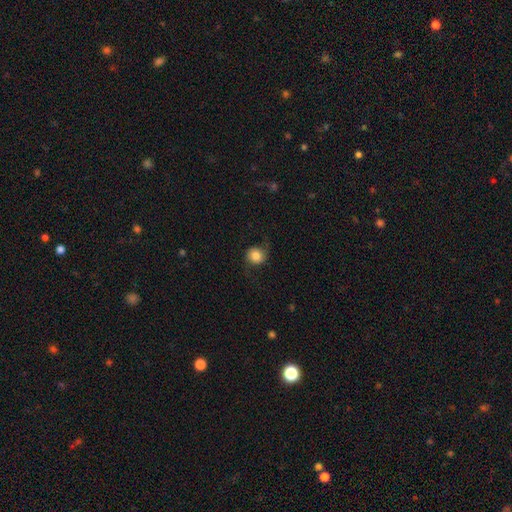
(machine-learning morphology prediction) Smooth or featured: smooth — 65% (featured or disk — 25%)
How rounded: round — 84% (in between — 15%)
Merging: none — 69% (minor disturbance — 19%)